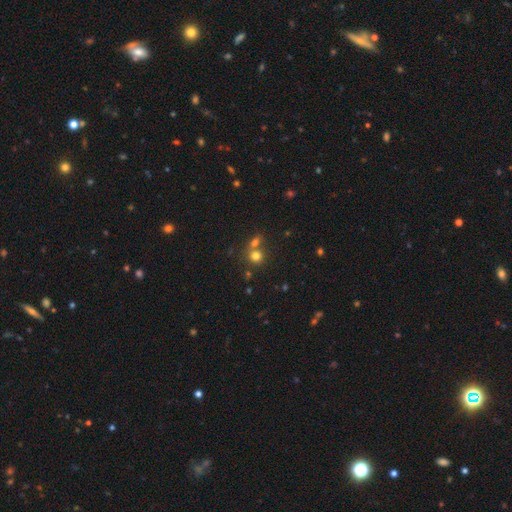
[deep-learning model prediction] Smooth or featured? smooth (73%)
How rounded? round (86%)
Merging? none (52%)